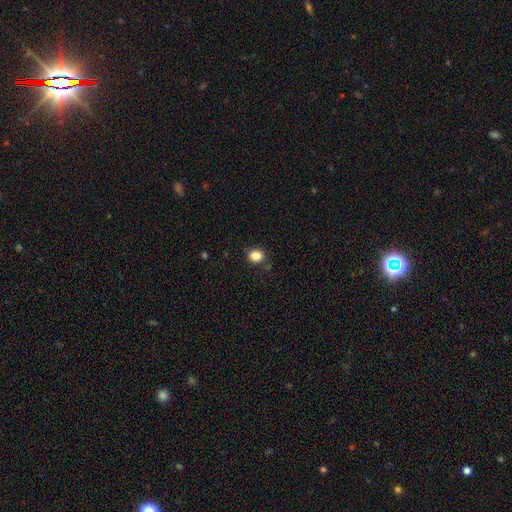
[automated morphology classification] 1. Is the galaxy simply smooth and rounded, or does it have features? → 86% smooth, 10% star or artifact, 4% featured or disk.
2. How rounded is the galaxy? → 54% round, 45% in between, 1% cigar-shaped.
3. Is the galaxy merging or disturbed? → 83% none, 12% minor disturbance, 3% major disturbance, 2% merger.